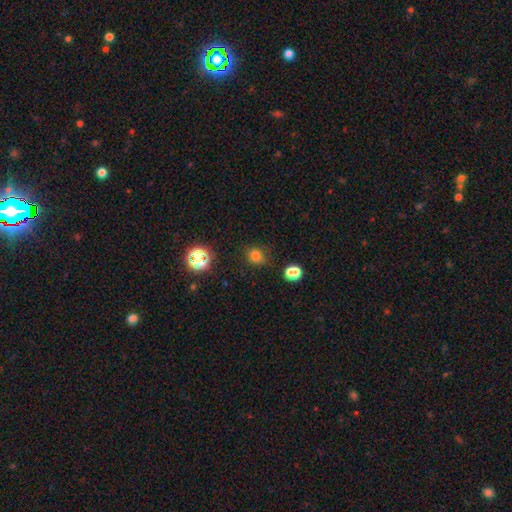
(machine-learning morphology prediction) The model was most divided on "how rounded": round: 75%, in between: 24%, cigar-shaped: 1%. More confident: merging — none (80%); smooth or featured — smooth (76%).